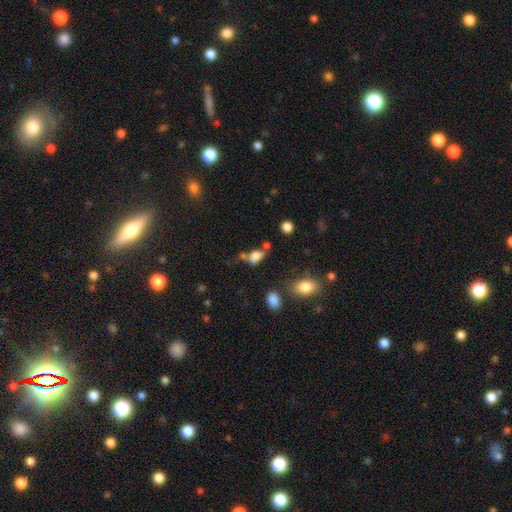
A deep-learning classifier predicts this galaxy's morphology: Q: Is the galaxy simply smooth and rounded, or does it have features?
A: smooth — 73%.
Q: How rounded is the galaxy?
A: in between — 82%.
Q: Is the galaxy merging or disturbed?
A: none — 42%.